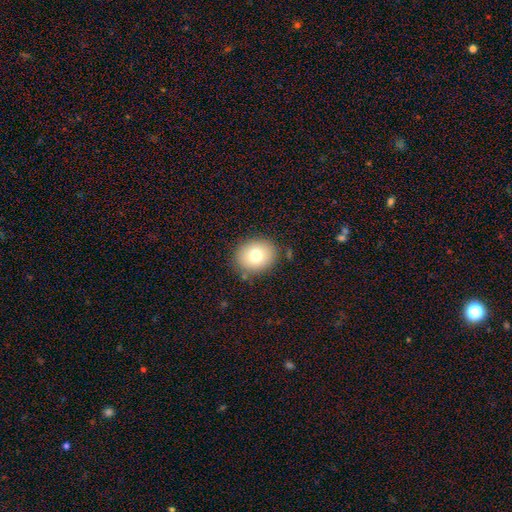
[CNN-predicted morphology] Smooth or featured: smooth — 75% (featured or disk — 14%)
How rounded: round — 58% (in between — 41%)
Merging: none — 84% (minor disturbance — 11%)